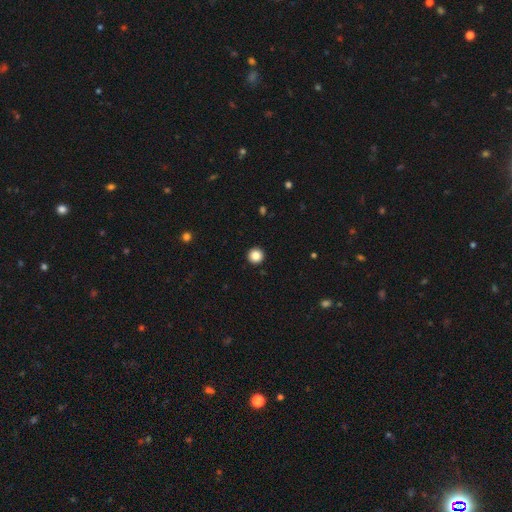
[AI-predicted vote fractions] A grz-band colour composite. It shows a smooth galaxy with no disk features (87%) that is round (96%). Merging: none (94%).